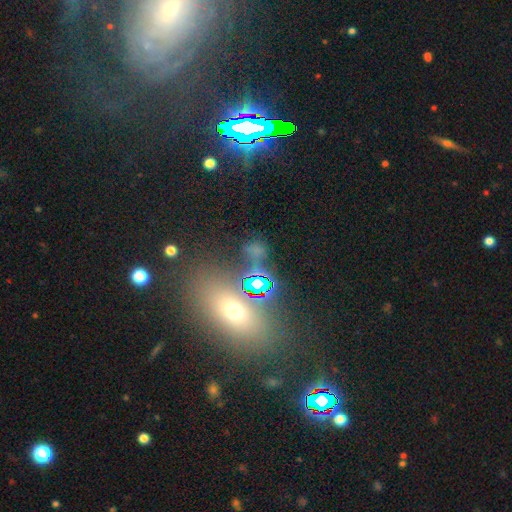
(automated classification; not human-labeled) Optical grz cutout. It shows a star or artifact, not a galaxy (47%).